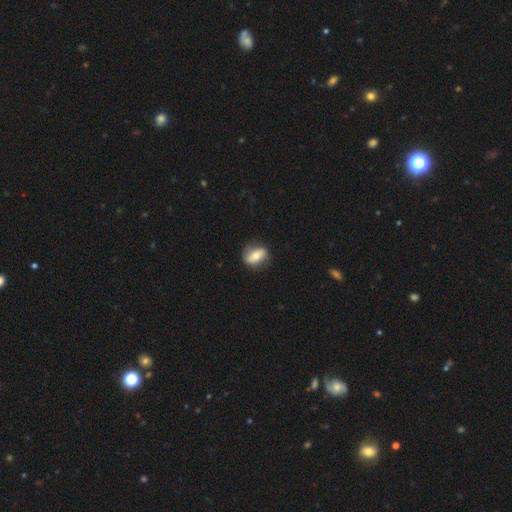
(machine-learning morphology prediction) Smooth or featured?
  - smooth: 49% *
  - featured or disk: 44%
  - star or artifact: 7%
Merging?
  - none: 77% *
  - minor disturbance: 17%
  - major disturbance: 5%
  - merger: 1%